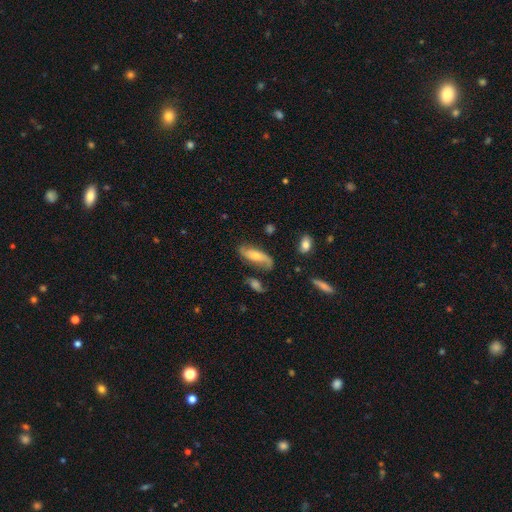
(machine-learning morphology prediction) Smooth or featured?
  - featured or disk: 51% *
  - smooth: 41%
  - star or artifact: 7%
Edge-on disk?
  - no: 81% *
  - yes: 19%
Merging?
  - none: 59% *
  - minor disturbance: 23%
  - major disturbance: 11%
  - merger: 7%